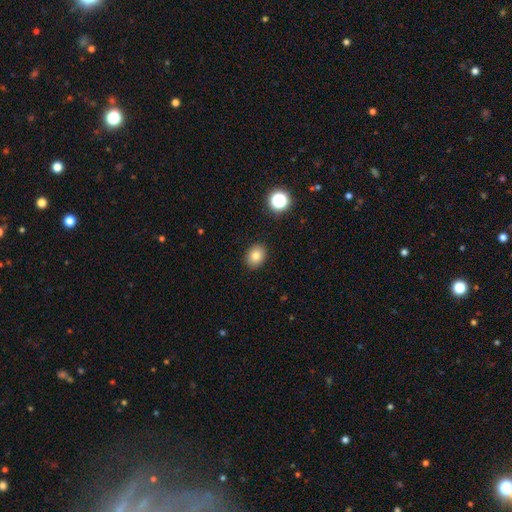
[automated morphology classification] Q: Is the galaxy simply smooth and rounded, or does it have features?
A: smooth — 81%.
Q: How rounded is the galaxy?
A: round — 52%.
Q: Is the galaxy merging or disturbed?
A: none — 89%.